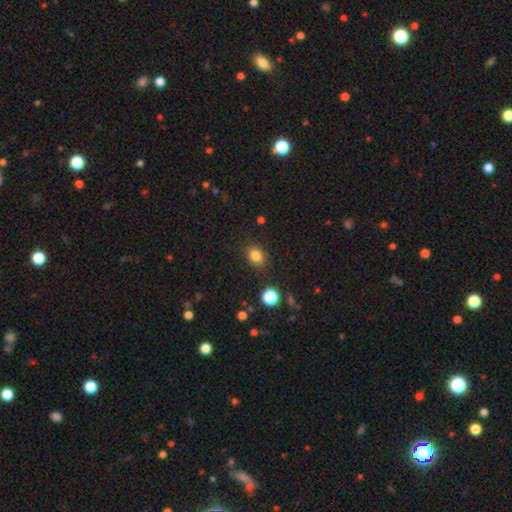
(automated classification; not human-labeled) Smooth or featured? Predicted: smooth (p=0.82). How rounded? Predicted: in between (p=0.57). Merging? Predicted: none (p=0.85).